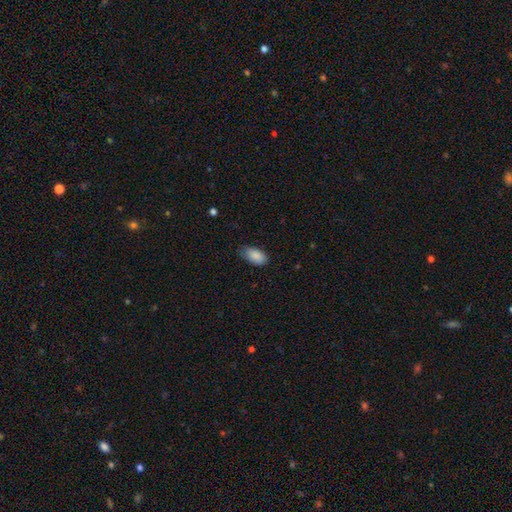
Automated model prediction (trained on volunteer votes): smooth-or-featured: smooth: 88% | star or artifact: 7% | featured or disk: 5%
  how-rounded: in between: 94% | round: 3% | cigar-shaped: 3%
  merging: none: 70% | minor disturbance: 25% | major disturbance: 4% | merger: 1%